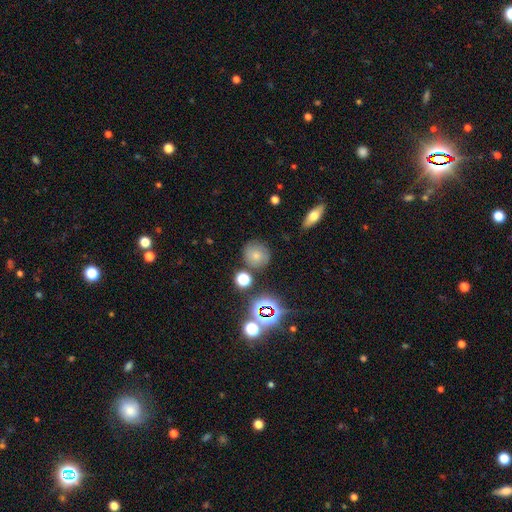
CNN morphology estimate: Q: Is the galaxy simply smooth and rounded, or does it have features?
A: smooth — 65%.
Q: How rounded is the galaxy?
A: round — 86%.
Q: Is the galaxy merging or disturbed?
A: none — 78%.